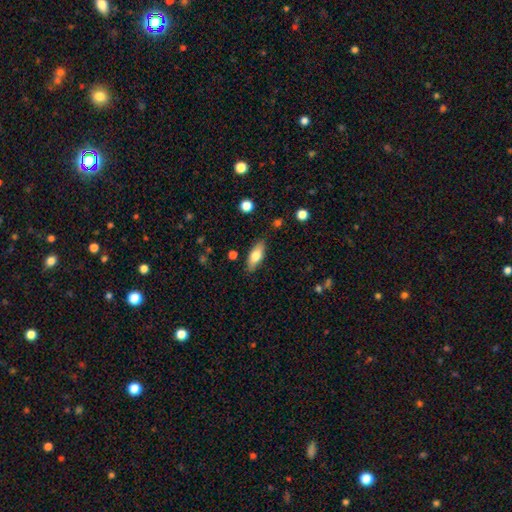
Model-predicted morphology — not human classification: Q: Smooth or featured?
A: smooth (70%); runner-up: featured or disk (23%)
Q: How rounded?
A: in between (72%); runner-up: cigar-shaped (26%)
Q: Merging?
A: none (83%); runner-up: minor disturbance (12%)